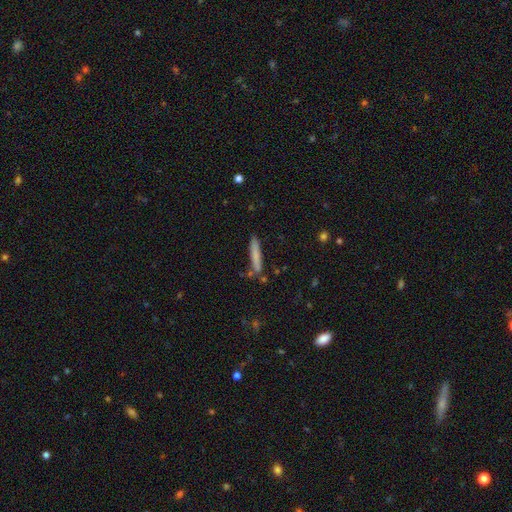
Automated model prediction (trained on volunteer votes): This appears to be a smooth galaxy with no disk features (75%) that is cigar-shaped (93%). Merging: none (80%).